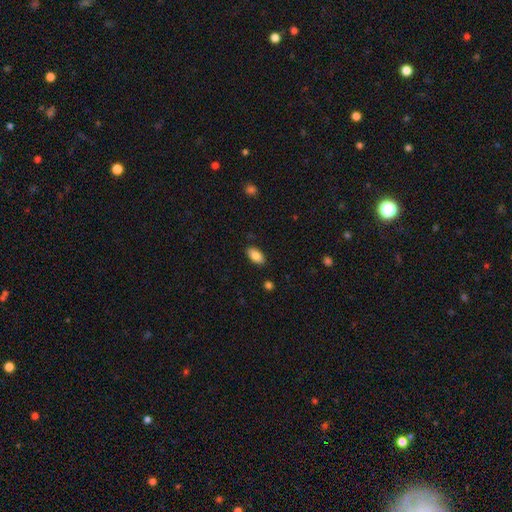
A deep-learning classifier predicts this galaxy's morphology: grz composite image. It shows a smooth galaxy with no disk features (83%) that is in between round and cigar-shaped (93%). Merging: none (87%).